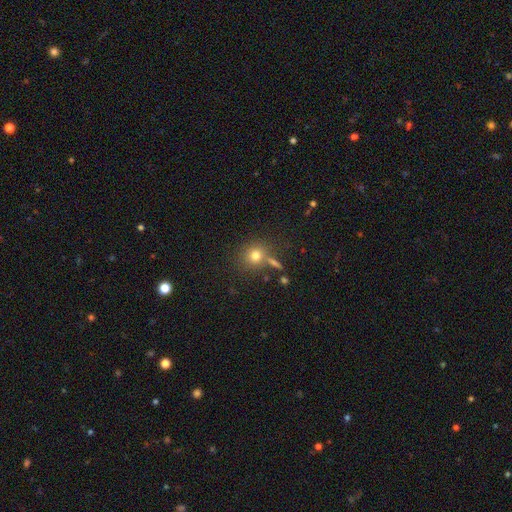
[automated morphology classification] Smooth or featured: smooth — 75% (star or artifact — 14%)
How rounded: round — 86% (in between — 13%)
Merging: none — 70% (merger — 15%)